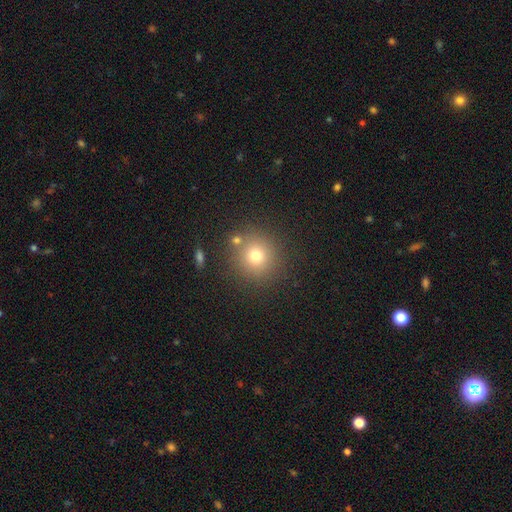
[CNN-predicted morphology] A smooth galaxy with no disk features (73%) that is round (93%). Merging: none (83%).